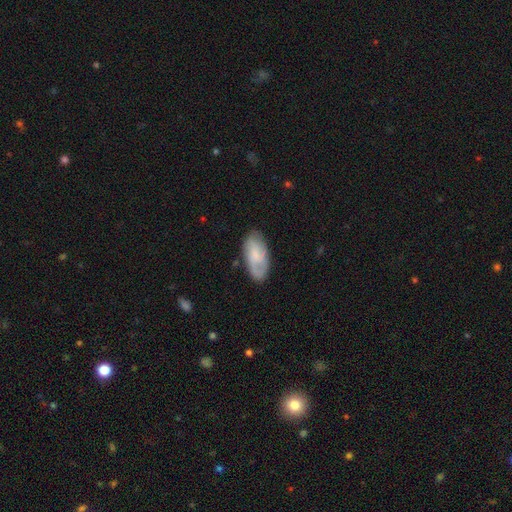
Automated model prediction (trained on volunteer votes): A smooth galaxy with no disk features (50%) that is in between round and cigar-shaped (91%). Merging: none (73%).